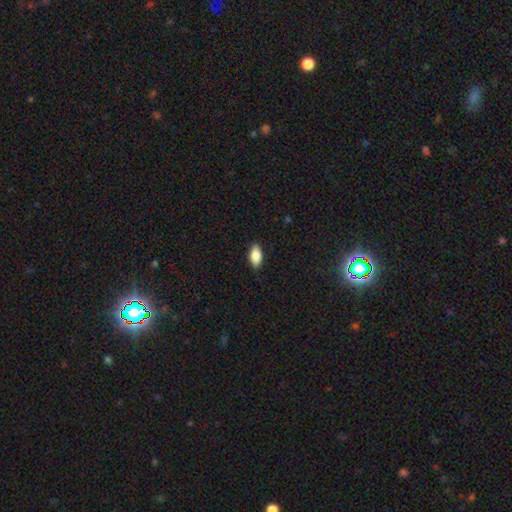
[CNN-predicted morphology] Q: Smooth or featured?
A: smooth (85%); runner-up: featured or disk (8%)
Q: How rounded?
A: in between (91%); runner-up: cigar-shaped (6%)
Q: Merging?
A: none (89%); runner-up: minor disturbance (9%)